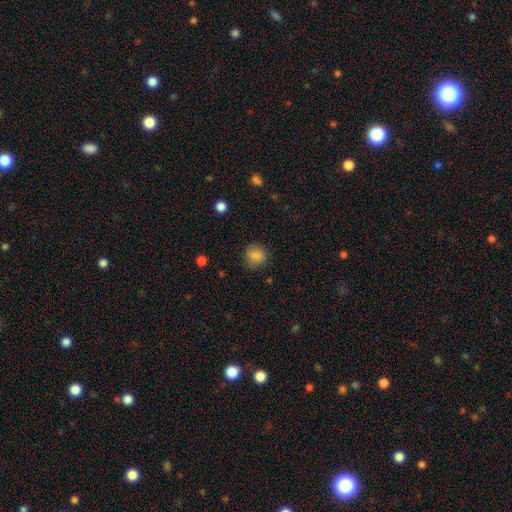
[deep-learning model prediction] Morphology: type=smooth (84%); roundness=round (76%); merging=none (79%).